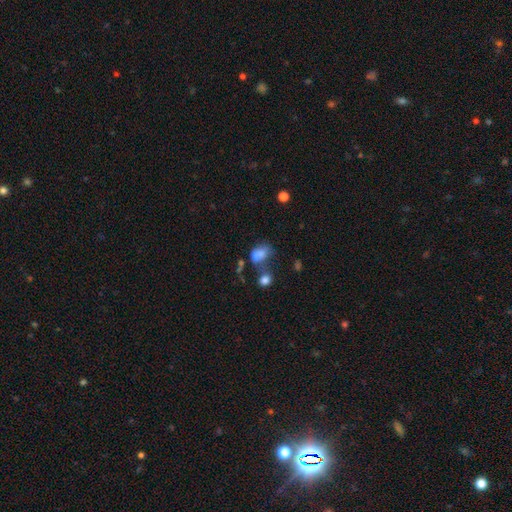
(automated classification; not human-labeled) smooth_or_featured: smooth (p=0.71) [alt: featured or disk p=0.16]
how_rounded: in between (p=0.74) [alt: round p=0.24]
merging: merger (p=0.31) [alt: major disturbance p=0.25]